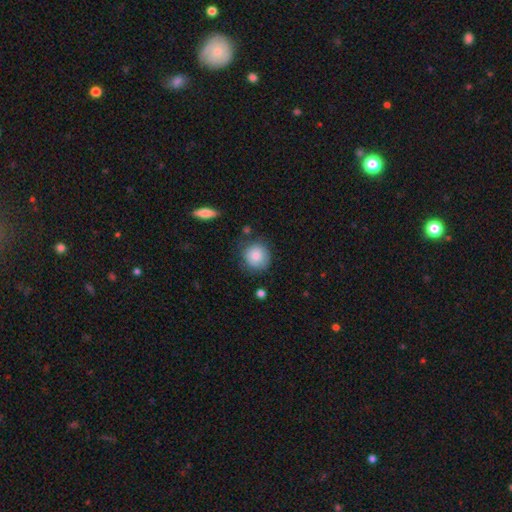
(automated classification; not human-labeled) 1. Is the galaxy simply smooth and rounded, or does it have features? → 82% smooth, 10% featured or disk, 8% star or artifact.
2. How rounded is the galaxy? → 88% round, 11% in between, 1% cigar-shaped.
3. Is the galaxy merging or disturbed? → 77% none, 16% minor disturbance, 4% major disturbance, 3% merger.